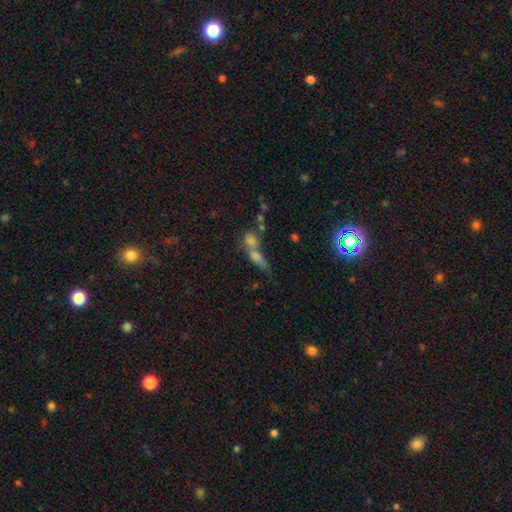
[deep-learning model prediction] Smooth or featured?
  - smooth: 55% *
  - star or artifact: 23%
  - featured or disk: 22%
How rounded?
  - in between: 44% *
  - round: 33%
  - cigar-shaped: 23%
Merging?
  - merger: 56% *
  - none: 28%
  - minor disturbance: 8%
  - major disturbance: 8%